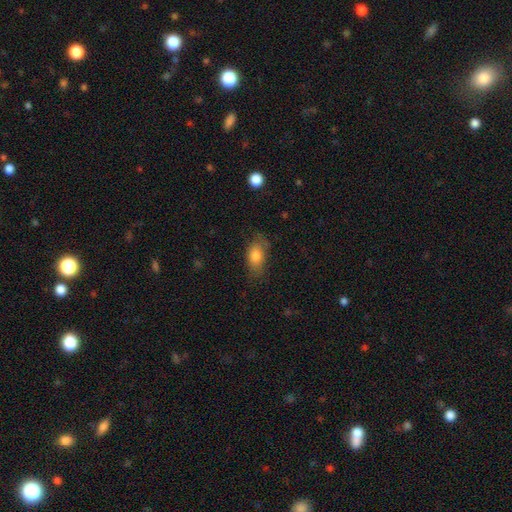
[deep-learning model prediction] This is likely a smooth galaxy (79%). How rounded: clearly in between (86%). Merging: likely none (70%).